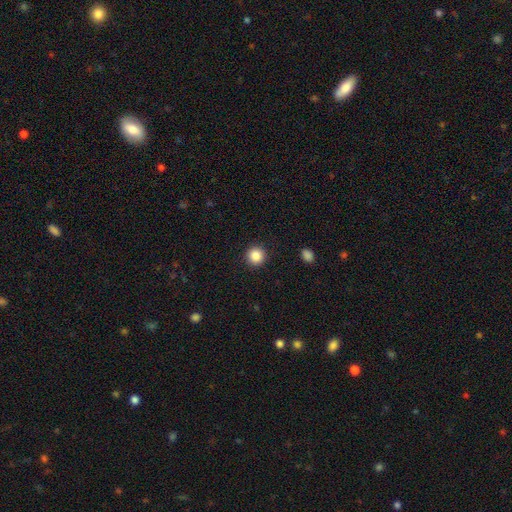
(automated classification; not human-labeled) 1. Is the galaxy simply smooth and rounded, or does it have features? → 86% smooth, 10% star or artifact, 4% featured or disk.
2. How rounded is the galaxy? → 95% round, 4% in between, 1% cigar-shaped.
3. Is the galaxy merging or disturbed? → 92% none, 5% minor disturbance, 2% major disturbance, 1% merger.